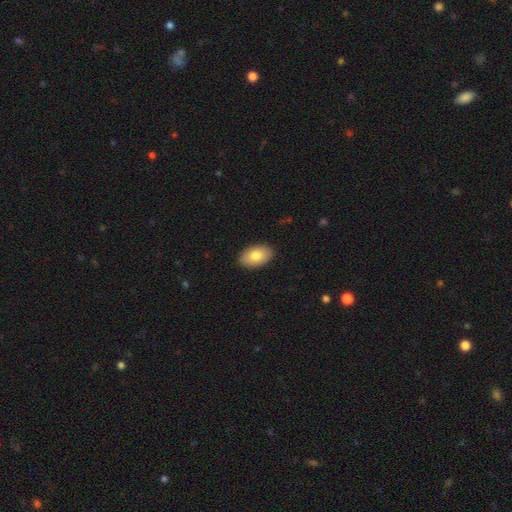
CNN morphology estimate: Smooth or featured?
  - smooth: 80% *
  - featured or disk: 14%
  - star or artifact: 6%
How rounded?
  - in between: 93% *
  - round: 6%
  - cigar-shaped: 1%
Merging?
  - none: 89% *
  - minor disturbance: 8%
  - major disturbance: 2%
  - merger: 1%